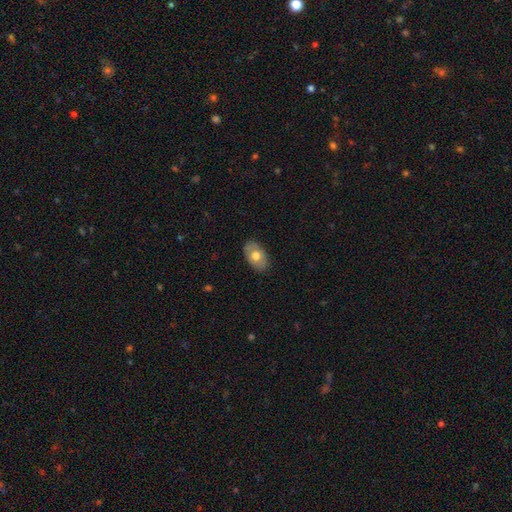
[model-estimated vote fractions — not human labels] smooth 63%, featured or disk 31%, star or artifact 6%. Down the decision tree: how rounded — in between (89%); merging — none (82%).